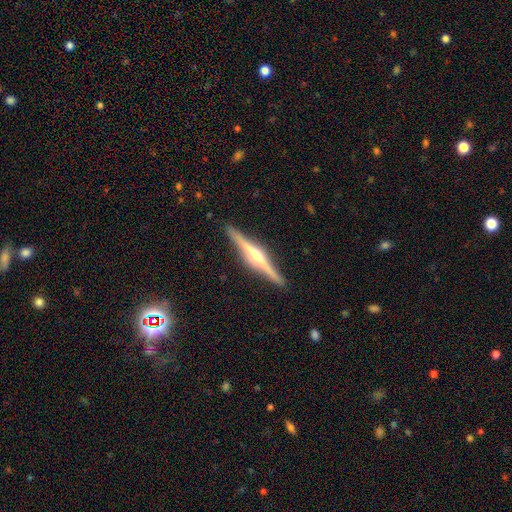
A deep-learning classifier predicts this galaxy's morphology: The model was most divided on "smooth or featured": featured or disk: 83%, smooth: 12%, star or artifact: 5%. More confident: edge-on disk — yes (98%); merging — none (92%); edge-on bulge — rounded (90%).